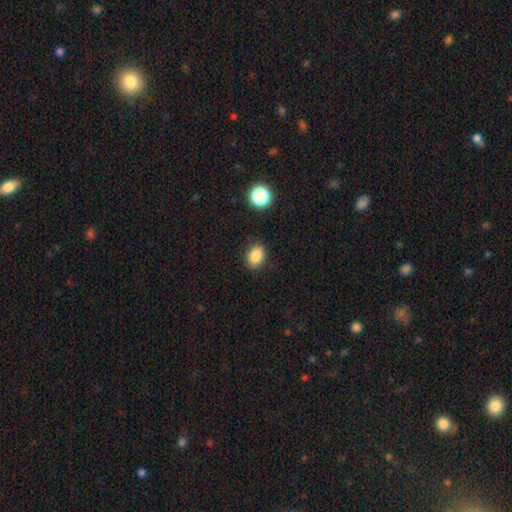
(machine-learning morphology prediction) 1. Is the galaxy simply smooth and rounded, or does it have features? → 85% smooth, 10% star or artifact, 5% featured or disk.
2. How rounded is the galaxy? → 70% in between, 29% round, 1% cigar-shaped.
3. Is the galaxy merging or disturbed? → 85% none, 10% minor disturbance, 3% major disturbance, 2% merger.